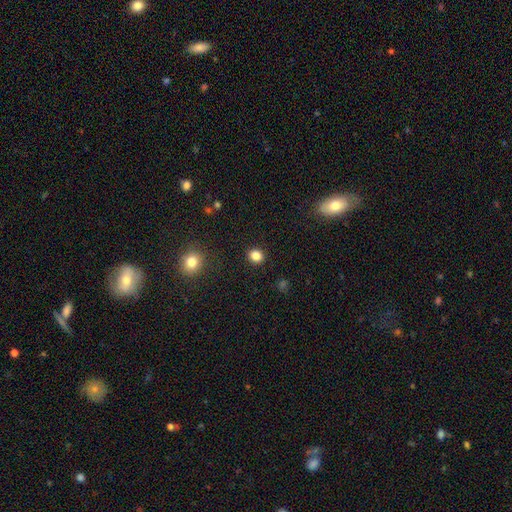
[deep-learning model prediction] This is clearly a smooth galaxy (85%). How rounded: likely round (74%). Merging: clearly none (91%).